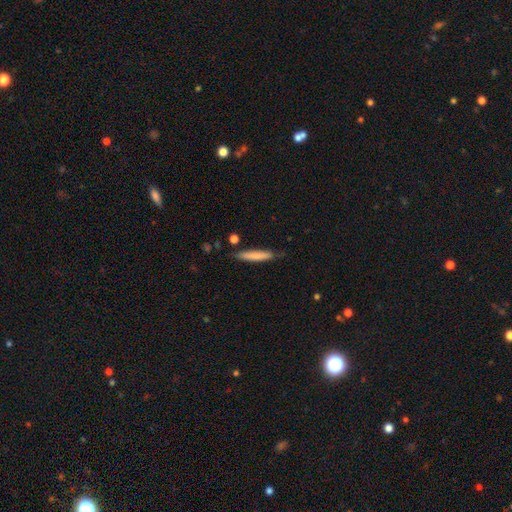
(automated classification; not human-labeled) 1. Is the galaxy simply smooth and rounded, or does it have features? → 75% smooth, 20% featured or disk, 6% star or artifact.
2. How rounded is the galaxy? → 92% cigar-shaped, 7% in between, 1% round.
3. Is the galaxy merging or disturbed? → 79% none, 16% minor disturbance, 3% major disturbance, 2% merger.